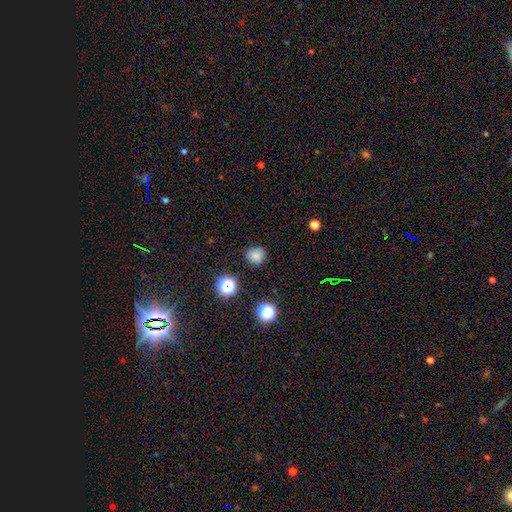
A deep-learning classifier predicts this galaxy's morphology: Smooth or featured: smooth — 79% (star or artifact — 16%)
How rounded: round — 84% (in between — 15%)
Merging: none — 83% (minor disturbance — 12%)